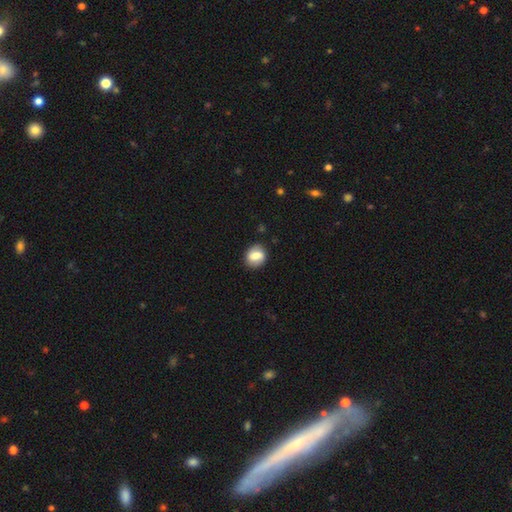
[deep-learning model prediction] Smooth or featured? smooth (71%)
How rounded? round (57%)
Merging? none (82%)